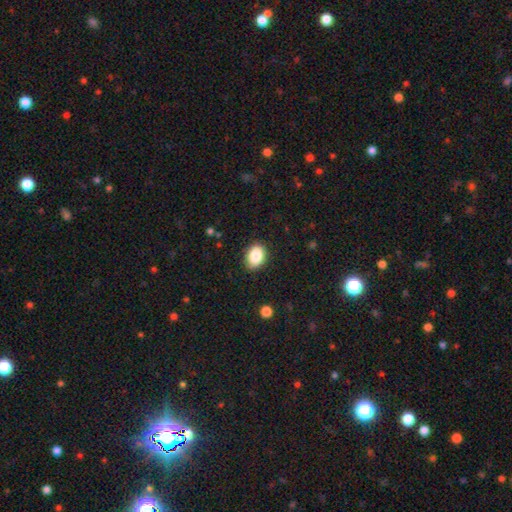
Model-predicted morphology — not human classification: This appears to be a smooth galaxy with no disk features (87%) that is in between round and cigar-shaped (74%). Merging: none (88%).